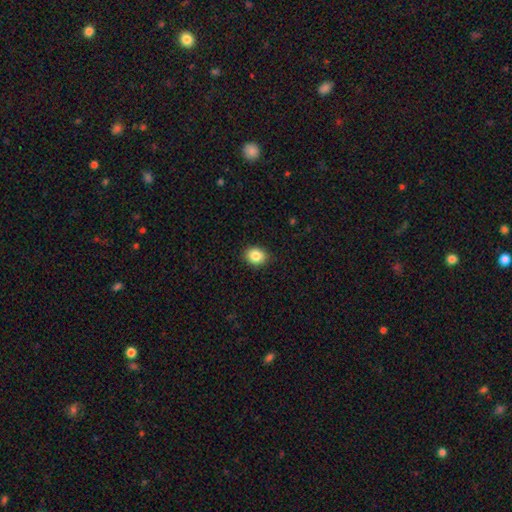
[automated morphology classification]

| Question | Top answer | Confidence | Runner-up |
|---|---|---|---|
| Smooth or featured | smooth | 85% | star or artifact (9%) |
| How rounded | round | 60% | in between (40%) |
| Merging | none | 89% | minor disturbance (8%) |